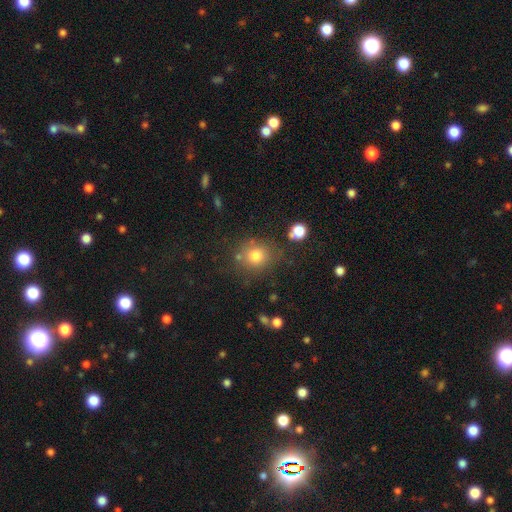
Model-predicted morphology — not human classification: Overall: smooth (77%). How rounded: round (83%). Merging: none (75%).